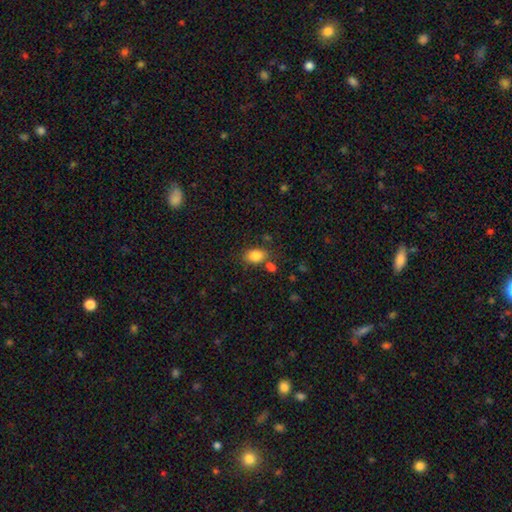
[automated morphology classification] Overall: smooth (84%). How rounded: in between (81%). Merging: none (66%).